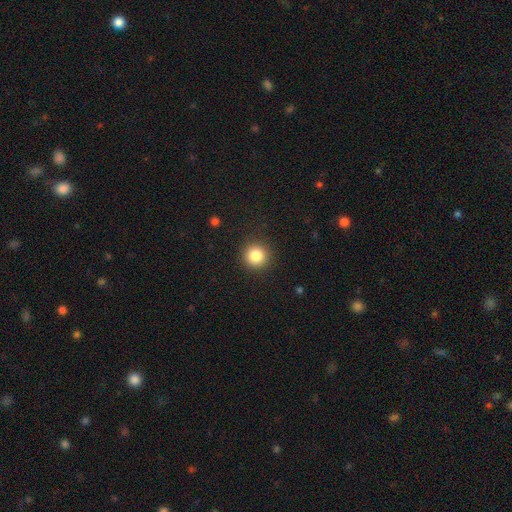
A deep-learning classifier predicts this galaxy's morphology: Smooth or featured? Predicted: smooth (p=0.84). How rounded? Predicted: round (p=0.95). Merging? Predicted: none (p=0.91).